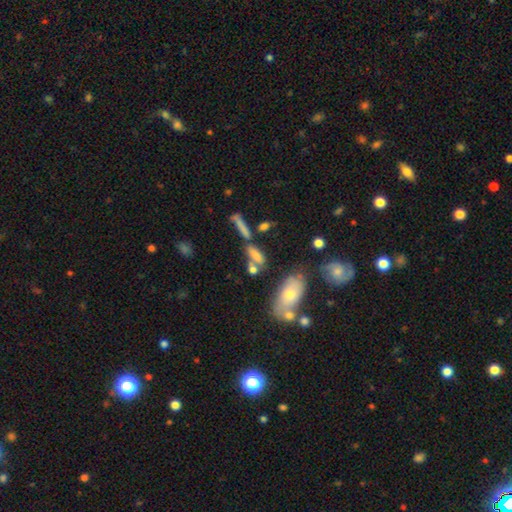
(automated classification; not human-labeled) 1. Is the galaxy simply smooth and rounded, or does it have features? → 53% smooth, 32% featured or disk, 15% star or artifact.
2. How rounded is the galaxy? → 52% in between, 40% cigar-shaped, 8% round.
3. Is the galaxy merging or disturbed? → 46% none, 29% merger, 16% minor disturbance, 9% major disturbance.